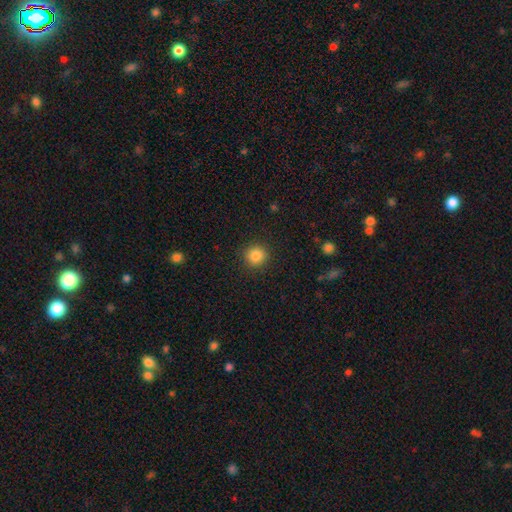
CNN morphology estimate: smooth 84%, star or artifact 11%, featured or disk 5%. Down the decision tree: how rounded — round (91%); merging — none (90%).